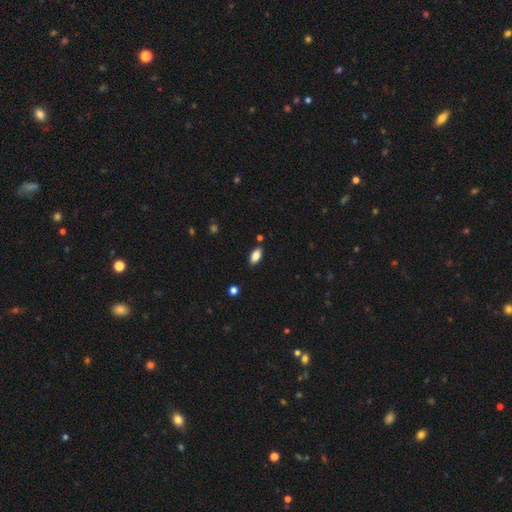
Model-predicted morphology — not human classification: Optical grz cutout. It shows a smooth galaxy with no disk features (82%) that is in between round and cigar-shaped (90%). Merging: none (84%).